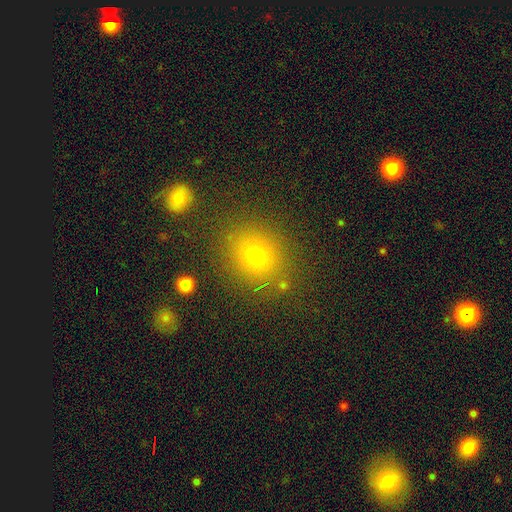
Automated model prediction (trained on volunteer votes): A smooth galaxy with no disk features (71%) that is round (72%).

Vote fractions:
- Smooth or featured? smooth: 71% / star or artifact: 19% / featured or disk: 10%
- How rounded? round: 72% / in between: 27% / cigar-shaped: 1%
- Merging? none: 84% / minor disturbance: 9% / major disturbance: 4% / merger: 3%